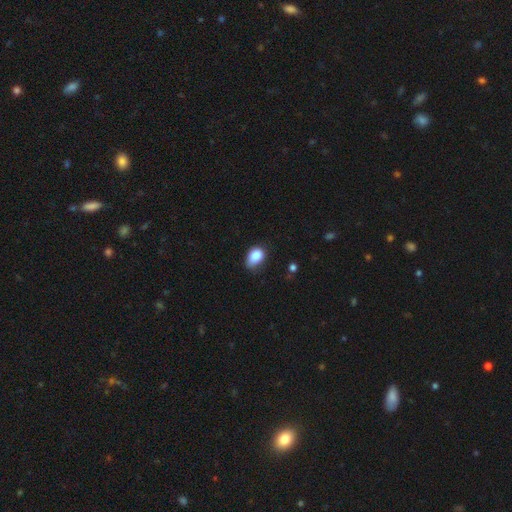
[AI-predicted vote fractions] Morphology: type=smooth (85%); roundness=in between (75%); merging=none (58%).